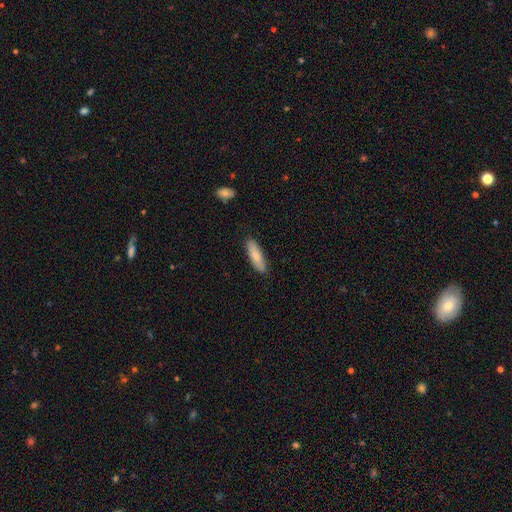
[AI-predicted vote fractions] The model was most divided on "how rounded": cigar-shaped: 59%, in between: 40%, round: 2%. More confident: merging — none (87%); smooth or featured — smooth (79%).